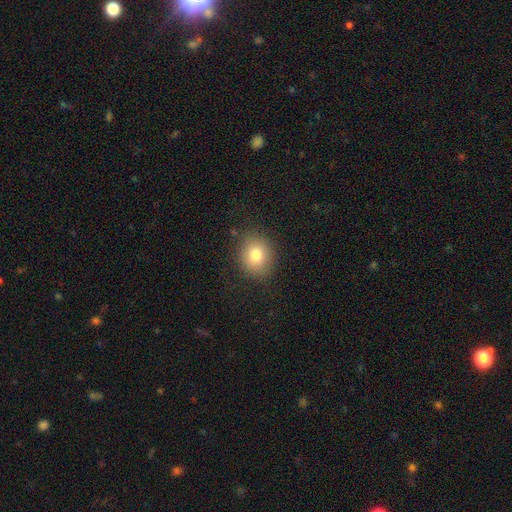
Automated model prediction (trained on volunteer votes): This is likely a smooth galaxy (78%). How rounded: likely round (73%). Merging: clearly none (85%).